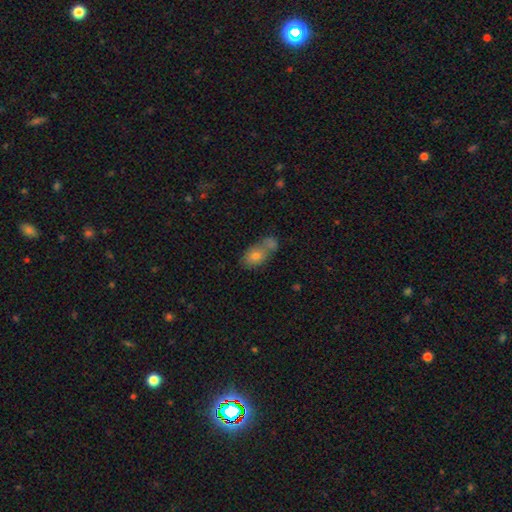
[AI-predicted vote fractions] smooth-or-featured: smooth: 72% | featured or disk: 18% | star or artifact: 10%
  how-rounded: in between: 80% | round: 17% | cigar-shaped: 3%
  merging: merger: 48% | none: 32% | minor disturbance: 13% | major disturbance: 6%